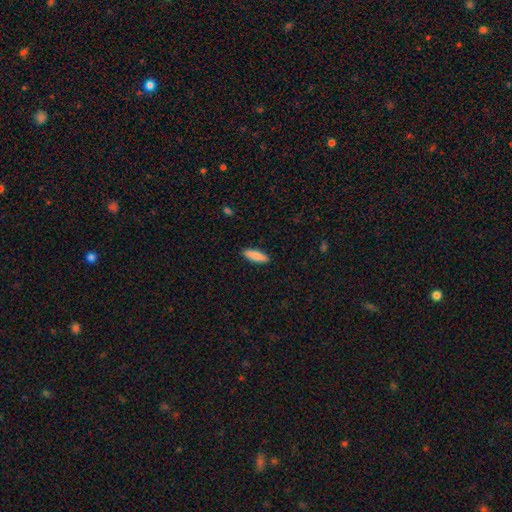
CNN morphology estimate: type=smooth (87%); roundness=cigar-shaped (56%); merging=none (91%).